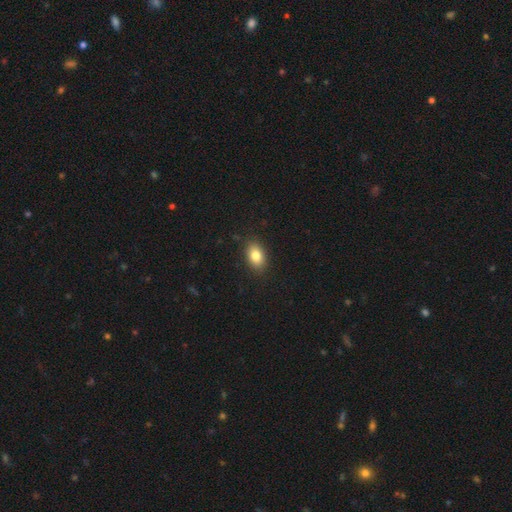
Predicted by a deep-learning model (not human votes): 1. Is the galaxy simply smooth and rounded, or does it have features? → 83% smooth, 9% featured or disk, 9% star or artifact.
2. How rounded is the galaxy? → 86% in between, 12% round, 2% cigar-shaped.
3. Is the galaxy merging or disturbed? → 87% none, 9% minor disturbance, 2% major disturbance, 1% merger.